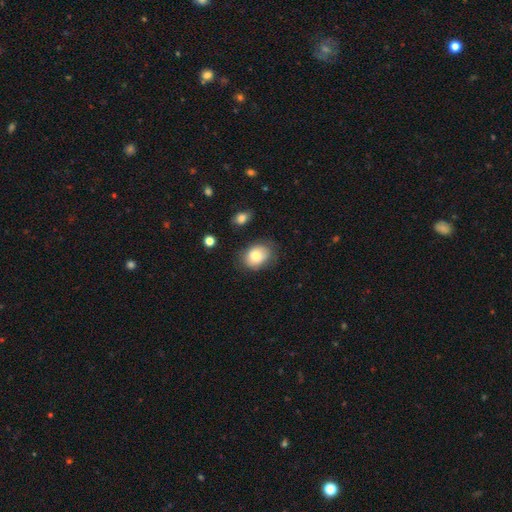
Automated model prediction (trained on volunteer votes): smooth-or-featured: smooth: 81% | featured or disk: 11% | star or artifact: 8%
  how-rounded: in between: 64% | round: 35% | cigar-shaped: 1%
  merging: none: 72% | minor disturbance: 21% | major disturbance: 5% | merger: 3%